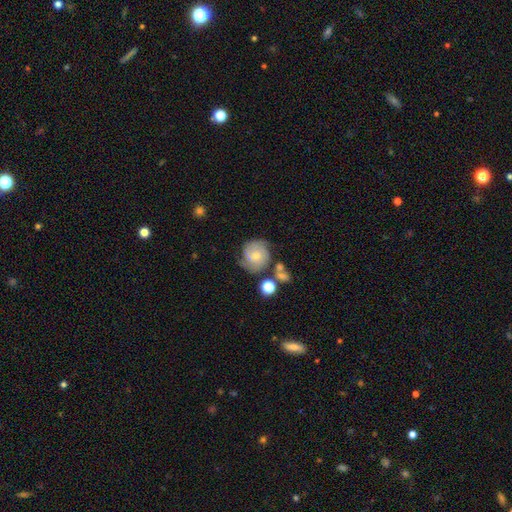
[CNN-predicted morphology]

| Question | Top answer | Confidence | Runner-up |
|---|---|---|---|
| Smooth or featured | featured or disk | 64% | smooth (28%) |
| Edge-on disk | no | 98% | yes (2%) |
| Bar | no | 75% | weak (22%) |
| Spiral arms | yes | 91% | no (9%) |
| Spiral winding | tight | 56% | medium (33%) |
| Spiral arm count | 2 | 53% | can't tell (22%) |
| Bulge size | small | 49% | moderate (43%) |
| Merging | none | 61% | minor disturbance (21%) |